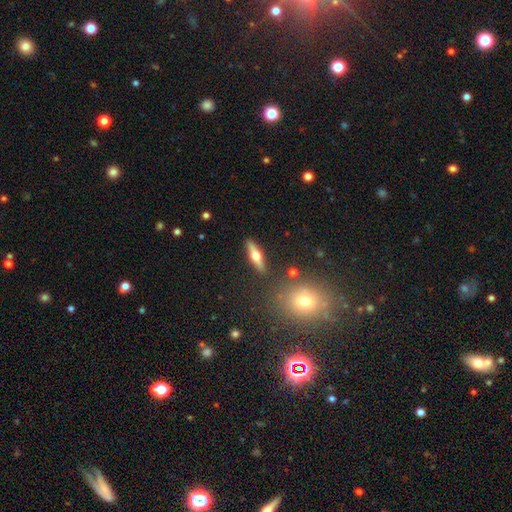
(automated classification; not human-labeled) Overall: featured or disk (56%; smooth 38%). Edge-on disk: yes (92%). Edge-on bulge: rounded (95%). Merging: none (87%).